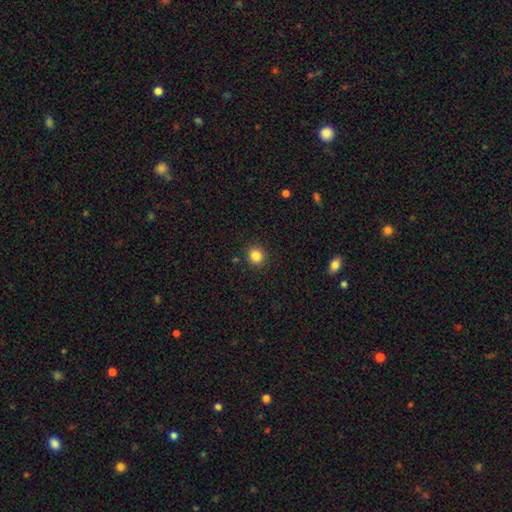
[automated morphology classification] The model was most divided on "smooth or featured": smooth: 85%, star or artifact: 11%, featured or disk: 5%. More confident: merging — none (90%); how rounded — round (89%).